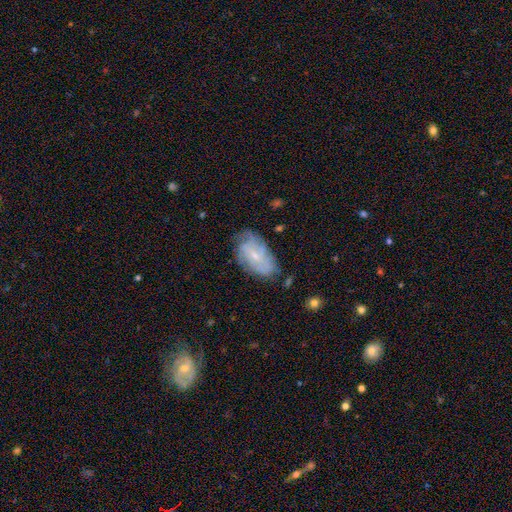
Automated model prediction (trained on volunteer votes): Smooth or featured?
  - featured or disk: 67% *
  - smooth: 25%
  - star or artifact: 7%
Edge-on disk?
  - no: 95% *
  - yes: 5%
Bar?
  - no: 50% *
  - weak: 40%
  - strong: 9%
Spiral arms?
  - yes: 85% *
  - no: 15%
Spiral winding?
  - tight: 50% *
  - medium: 35%
  - loose: 14%
Spiral arm count?
  - can't tell: 46% *
  - 2: 19%
  - 3: 16%
  - 4: 10%
  - 1: 5%
  - more than 4: 4%
Bulge size?
  - small: 74% *
  - moderate: 20%
  - none: 5%
  - large: 1%
  - dominant: 1%
Merging?
  - none: 62% *
  - minor disturbance: 27%
  - major disturbance: 9%
  - merger: 2%